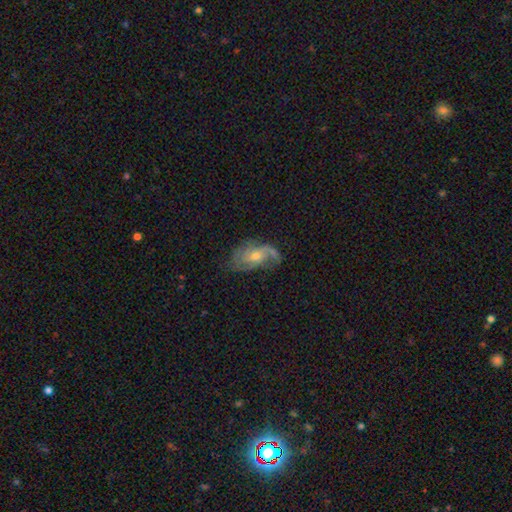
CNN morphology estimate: featured or disk 75%, smooth 18%, star or artifact 7%. Down the decision tree: edge-on disk — no (96%); bar — no (62%); spiral arms — yes (91%); spiral arm count — 2 (52%); spiral winding — medium (43%); bulge size — moderate (51%); merging — none (56%).